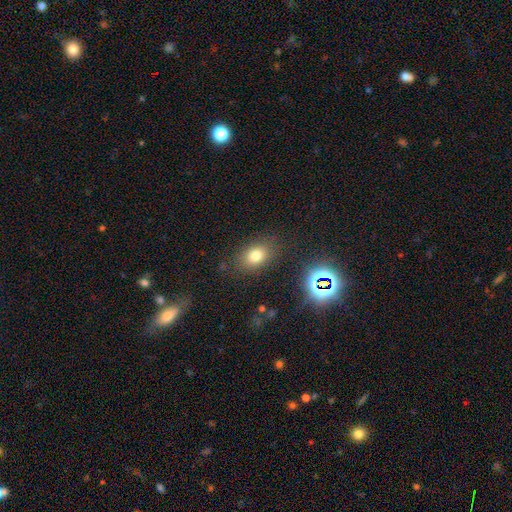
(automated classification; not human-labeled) Smooth or featured?
  - smooth: 74% *
  - star or artifact: 16%
  - featured or disk: 10%
How rounded?
  - in between: 70% *
  - round: 28%
  - cigar-shaped: 2%
Merging?
  - none: 81% *
  - minor disturbance: 12%
  - major disturbance: 5%
  - merger: 2%